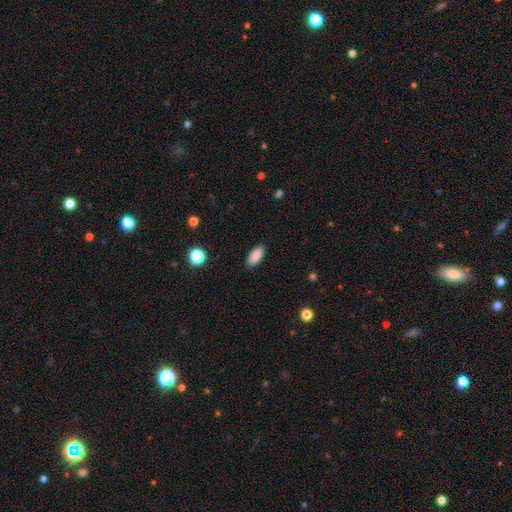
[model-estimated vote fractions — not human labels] smooth 88%, star or artifact 8%, featured or disk 4%. Down the decision tree: how rounded — in between (90%); merging — none (87%).